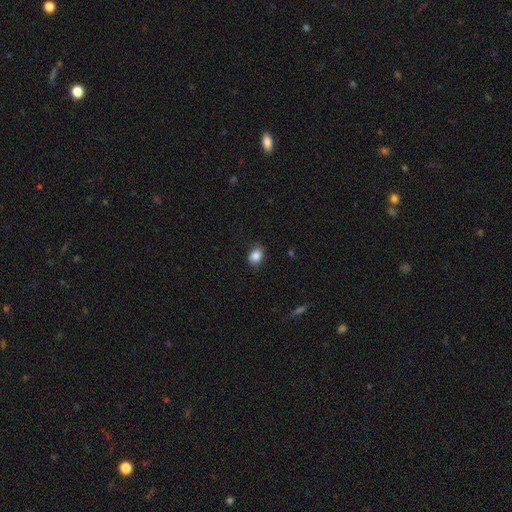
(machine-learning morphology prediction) Smooth or featured? Predicted: smooth (p=0.86). How rounded? Predicted: in between (p=0.65). Merging? Predicted: none (p=0.78).